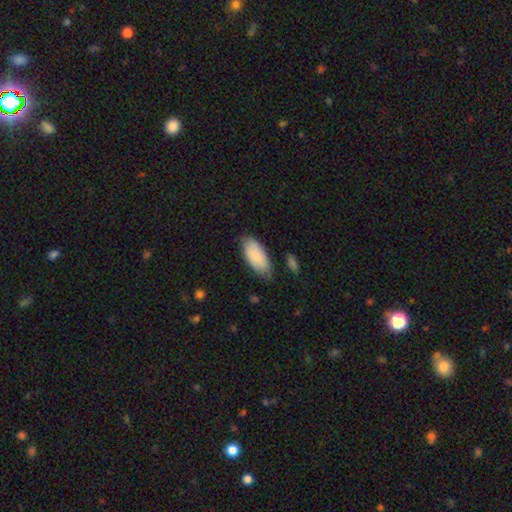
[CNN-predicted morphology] type=smooth (85%); roundness=in between (90%); merging=none (72%).